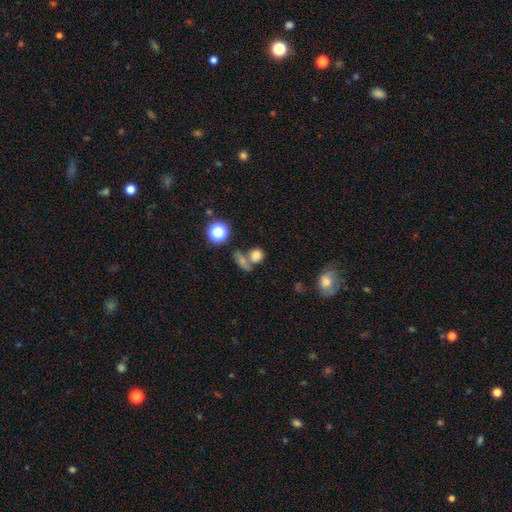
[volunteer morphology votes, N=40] Volunteers were most divided on "how rounded": round: 62%, in between: 38%, cigar-shaped: 0%. More confident: smooth or featured — smooth (85%); merging — merger (70%).